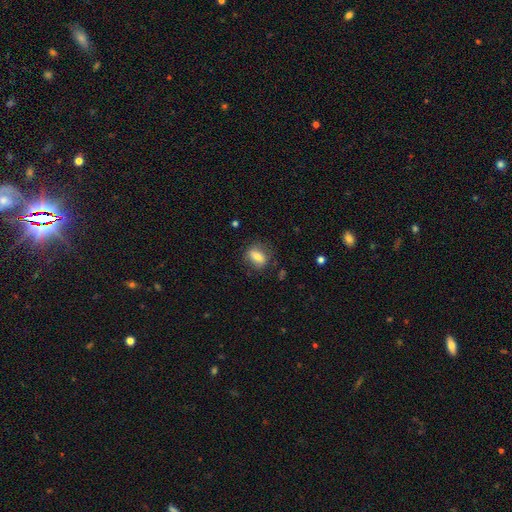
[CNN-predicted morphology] Smooth or featured? Predicted: smooth (p=0.73). How rounded? Predicted: in between (p=0.69). Merging? Predicted: none (p=0.76).